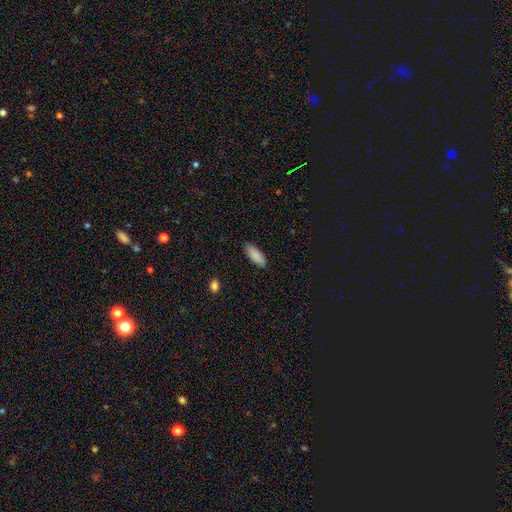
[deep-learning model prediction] Morphology: type=smooth (88%); roundness=in between (76%); merging=none (88%).